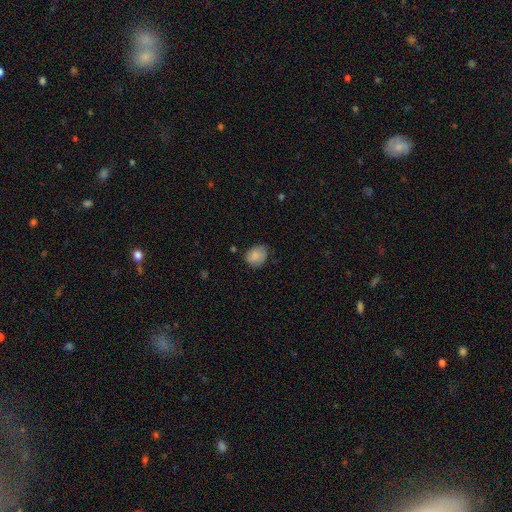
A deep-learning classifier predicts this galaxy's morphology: This is clearly a smooth galaxy (83%). How rounded: possibly round (53%). Merging: likely none (66%).